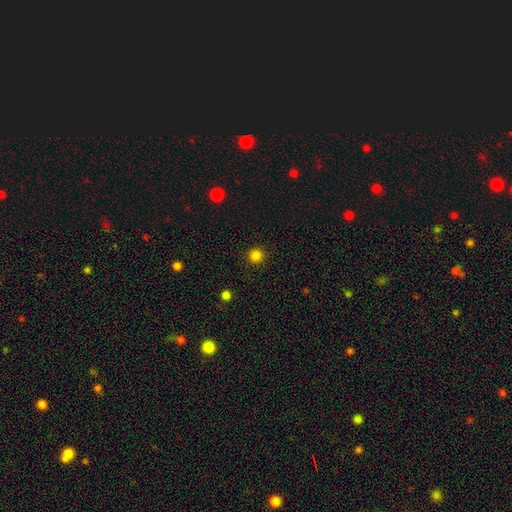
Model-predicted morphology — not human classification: smooth 83%, star or artifact 14%, featured or disk 3%. Down the decision tree: how rounded — round (96%); merging — none (92%).